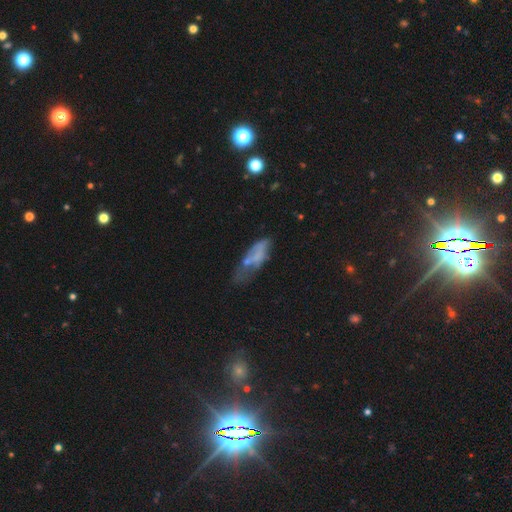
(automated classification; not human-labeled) This appears to be a smooth galaxy with no disk features (47%). Merging: none (33%).